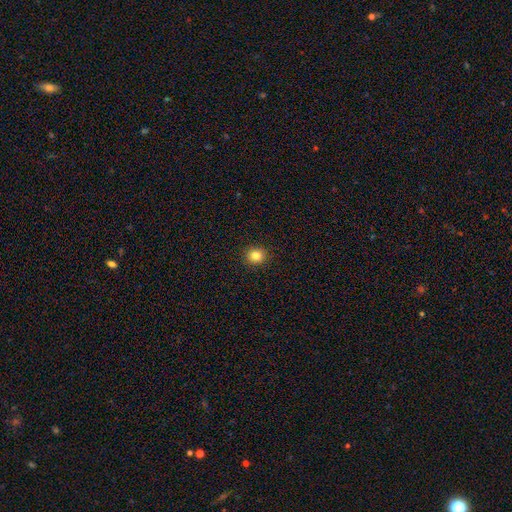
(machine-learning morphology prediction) A smooth galaxy with no disk features (83%) that is round (86%).

Vote fractions:
- Smooth or featured? smooth: 83% / star or artifact: 11% / featured or disk: 6%
- How rounded? round: 86% / in between: 13% / cigar-shaped: 1%
- Merging? none: 92% / minor disturbance: 5% / major disturbance: 2% / merger: 1%